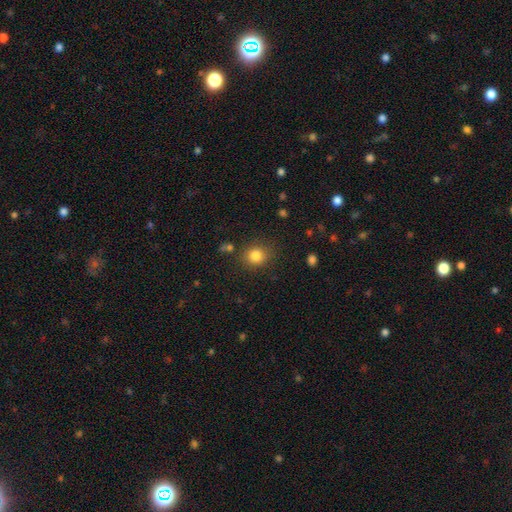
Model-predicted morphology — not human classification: type=smooth (82%); roundness=round (81%); merging=none (83%).